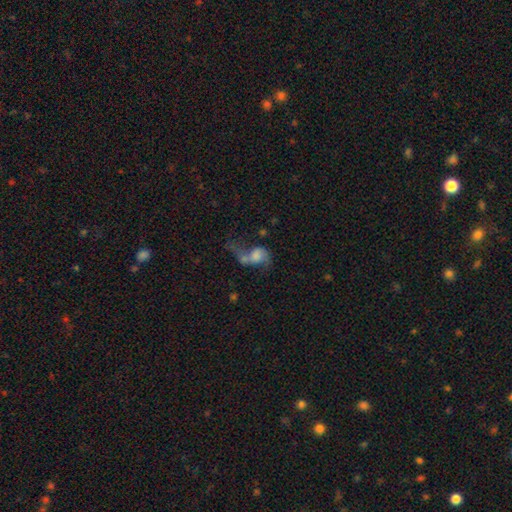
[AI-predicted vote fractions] Q: Smooth or featured?
A: featured or disk (51%); runner-up: smooth (38%)
Q: Edge-on disk?
A: no (97%); runner-up: yes (3%)
Q: Merging?
A: merger (43%); runner-up: major disturbance (29%)